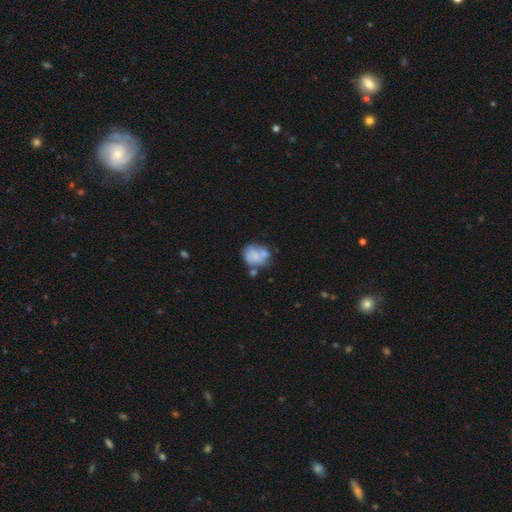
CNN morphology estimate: smooth 59%, featured or disk 31%, star or artifact 9%. Down the decision tree: how rounded — round (55%); merging — none (37%).